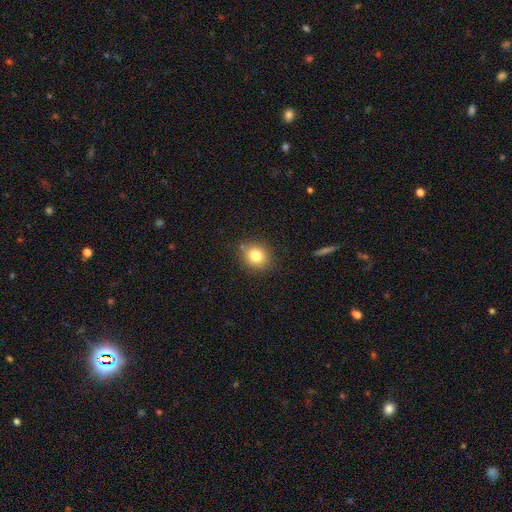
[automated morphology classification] Q: Smooth or featured?
A: smooth (80%); runner-up: star or artifact (12%)
Q: How rounded?
A: round (76%); runner-up: in between (23%)
Q: Merging?
A: none (84%); runner-up: minor disturbance (11%)